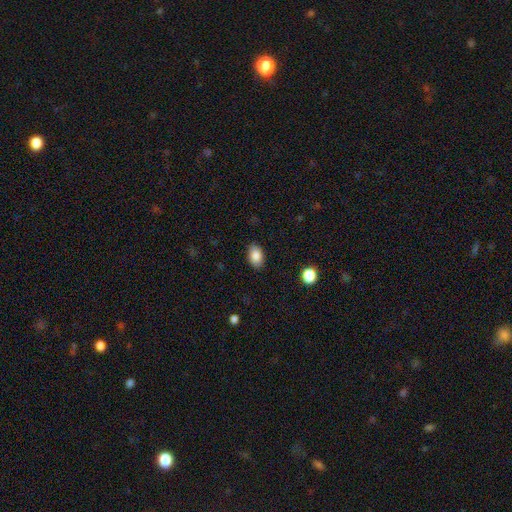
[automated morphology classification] Smooth or featured? Predicted: smooth (p=0.86). How rounded? Predicted: in between (p=0.88). Merging? Predicted: none (p=0.87).